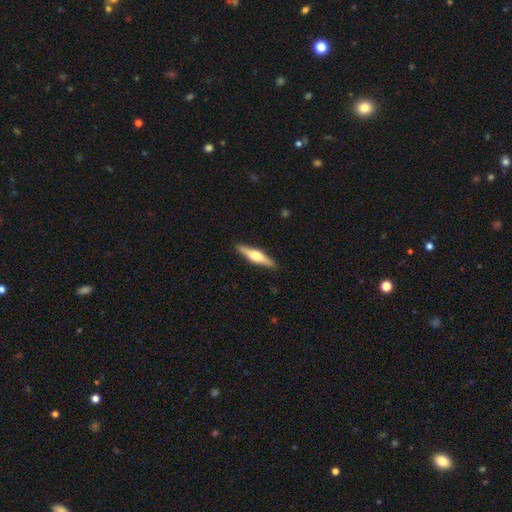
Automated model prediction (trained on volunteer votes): Morphology: type=featured or disk (62%); edge-on=yes (97%); edge-on bulge=rounded (93%); merging=none (91%).